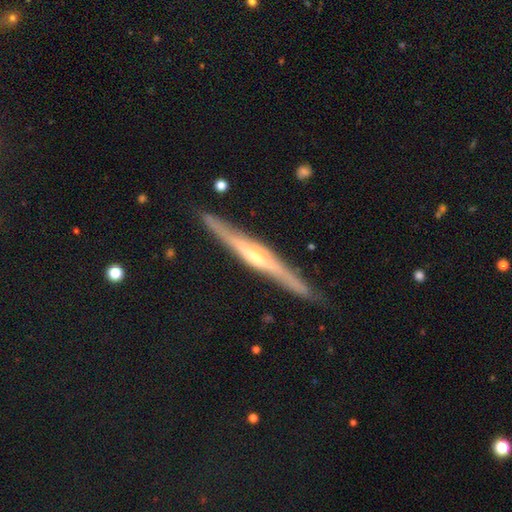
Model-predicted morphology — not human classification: Smooth or featured? featured or disk (77%)
Edge-on disk? yes (97%)
Edge-on bulge? rounded (69%)
Merging? none (87%)